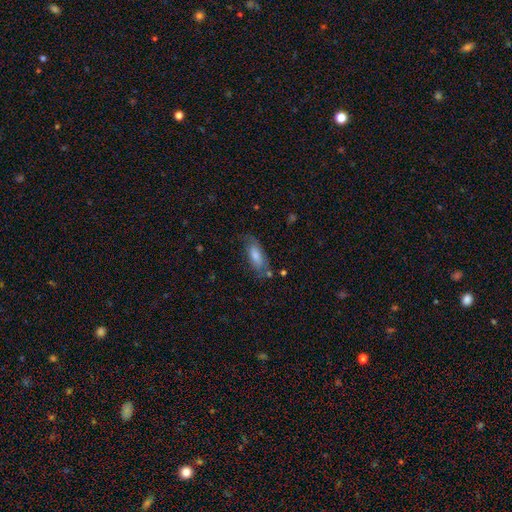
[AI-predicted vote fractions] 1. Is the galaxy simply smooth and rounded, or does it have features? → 70% smooth, 24% featured or disk, 7% star or artifact.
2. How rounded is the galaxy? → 78% in between, 20% cigar-shaped, 2% round.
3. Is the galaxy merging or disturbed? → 65% none, 23% minor disturbance, 8% major disturbance, 4% merger.